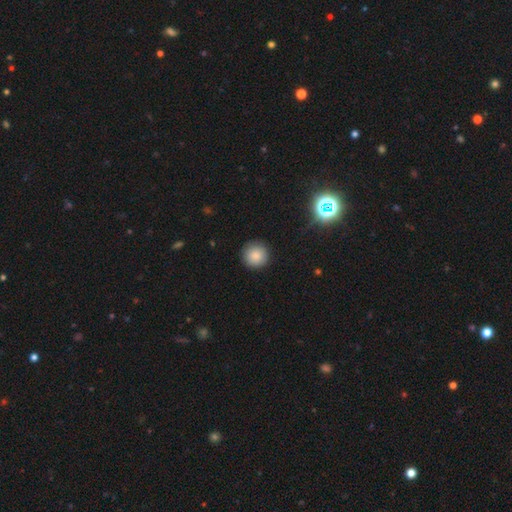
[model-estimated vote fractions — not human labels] smooth-or-featured: smooth: 84% | star or artifact: 10% | featured or disk: 6%
  how-rounded: round: 95% | in between: 4% | cigar-shaped: 1%
  merging: none: 90% | minor disturbance: 7% | major disturbance: 2% | merger: 1%